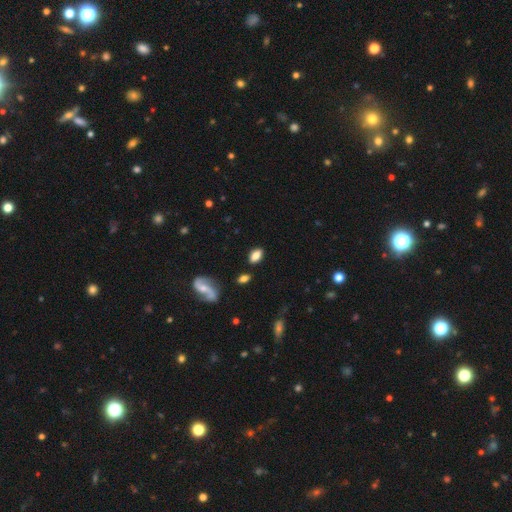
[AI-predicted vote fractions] The model was most divided on "smooth or featured": smooth: 75%, featured or disk: 17%, star or artifact: 8%. More confident: how rounded — in between (88%); merging — none (81%).